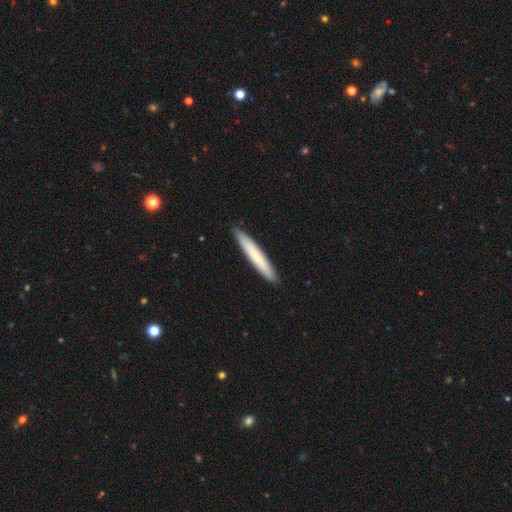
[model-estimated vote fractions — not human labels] Smooth or featured? smooth (71%)
How rounded? cigar-shaped (95%)
Merging? none (91%)